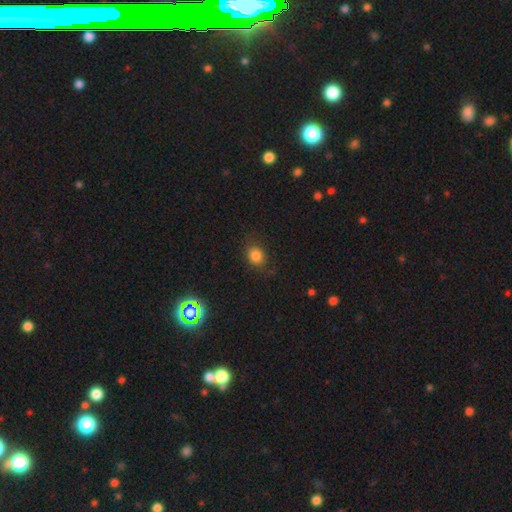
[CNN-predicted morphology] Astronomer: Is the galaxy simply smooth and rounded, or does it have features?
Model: smooth — 81%.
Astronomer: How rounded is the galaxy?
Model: round — 61% (runner-up: in between, 38%).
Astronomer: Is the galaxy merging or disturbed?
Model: none — 77%.